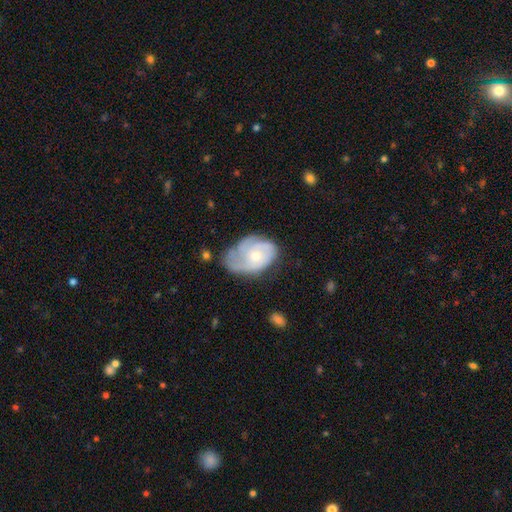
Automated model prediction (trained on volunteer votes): Smooth or featured: featured or disk — 71% (smooth — 23%)
Edge-on disk: no — 97% (yes — 3%)
Bar: no — 79% (weak — 19%)
Spiral arms: yes — 87% (no — 13%)
Spiral winding: tight — 47% (medium — 38%)
Spiral arm count: 3 — 31% (can't tell — 29%)
Bulge size: small — 50% (moderate — 46%)
Merging: none — 44% (minor disturbance — 33%)